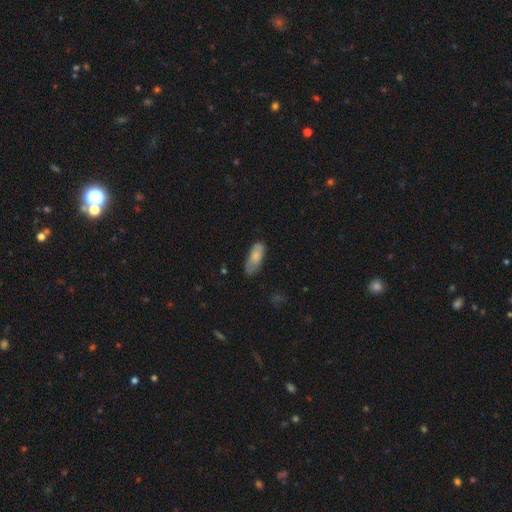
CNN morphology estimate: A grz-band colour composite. It shows a smooth galaxy with no disk features (77%) that is in between round and cigar-shaped (77%). Merging: none (67%).